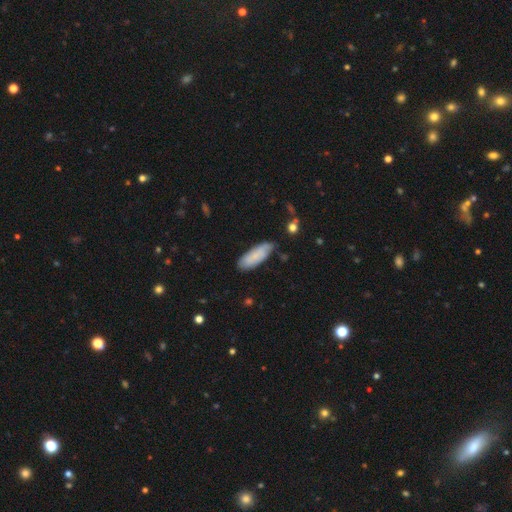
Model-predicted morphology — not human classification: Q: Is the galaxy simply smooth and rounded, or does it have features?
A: smooth — 76%.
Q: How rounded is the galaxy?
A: in between — 67%.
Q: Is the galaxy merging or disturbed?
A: none — 72%.